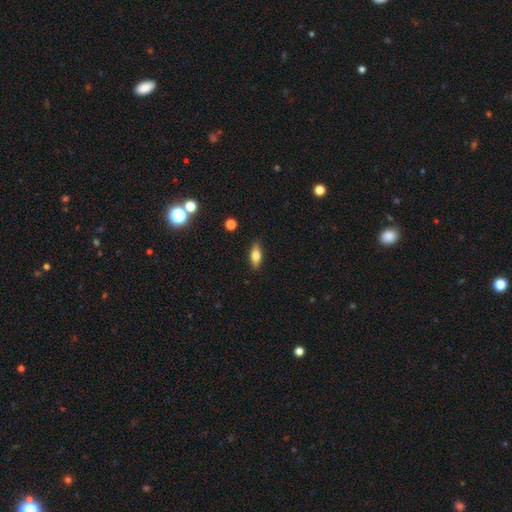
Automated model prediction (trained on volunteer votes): Smooth or featured? Predicted: smooth (p=0.71). How rounded? Predicted: in between (p=0.75). Merging? Predicted: none (p=0.87).